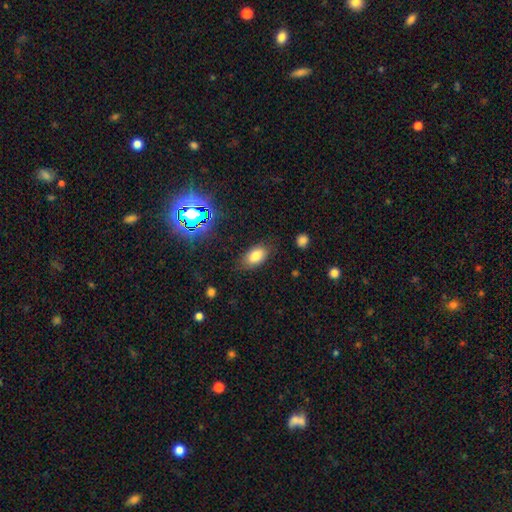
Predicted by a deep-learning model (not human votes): A smooth galaxy with no disk features (79%) that is in between round and cigar-shaped (91%).

Vote fractions:
- Smooth or featured? smooth: 79% / star or artifact: 12% / featured or disk: 9%
- How rounded? in between: 91% / round: 7% / cigar-shaped: 2%
- Merging? none: 80% / minor disturbance: 14% / major disturbance: 4% / merger: 2%